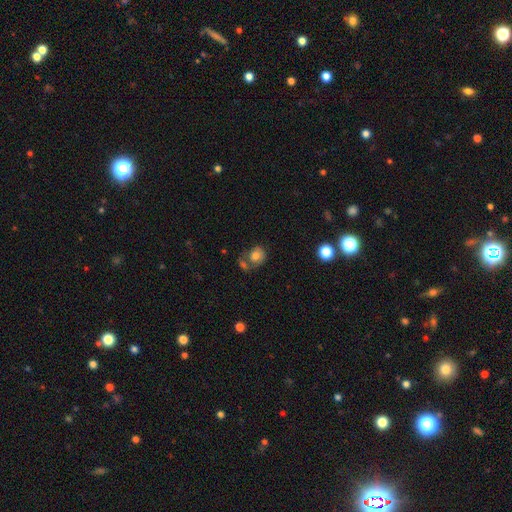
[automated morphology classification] The model was most divided on "merging": none: 37%, merger: 33%, minor disturbance: 17%, major disturbance: 13%. More confident: smooth or featured — smooth (68%); how rounded — round (61%).